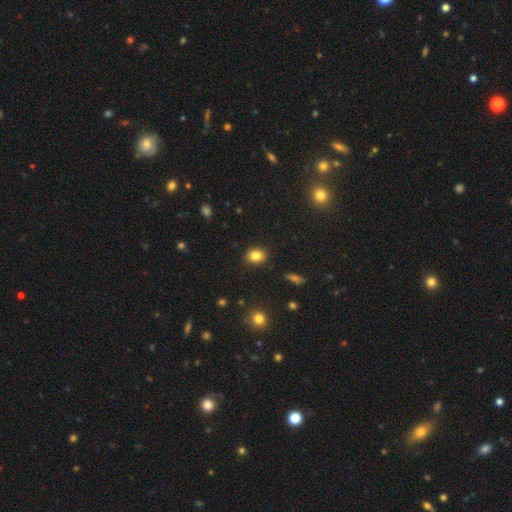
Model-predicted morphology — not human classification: Smooth or featured: smooth — 84% (star or artifact — 10%)
How rounded: round — 55% (in between — 44%)
Merging: none — 89% (minor disturbance — 8%)